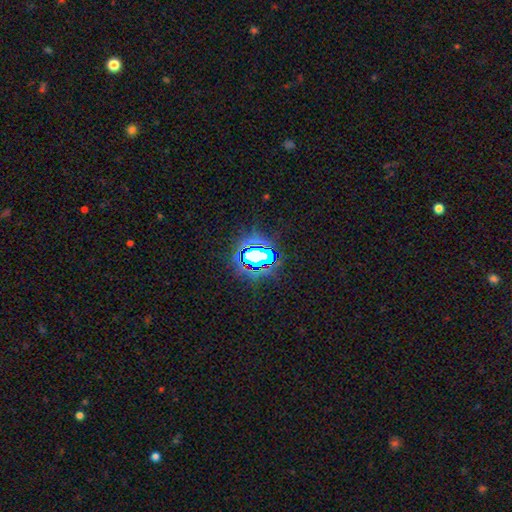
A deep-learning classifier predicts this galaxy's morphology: Smooth or featured? star or artifact (67%)